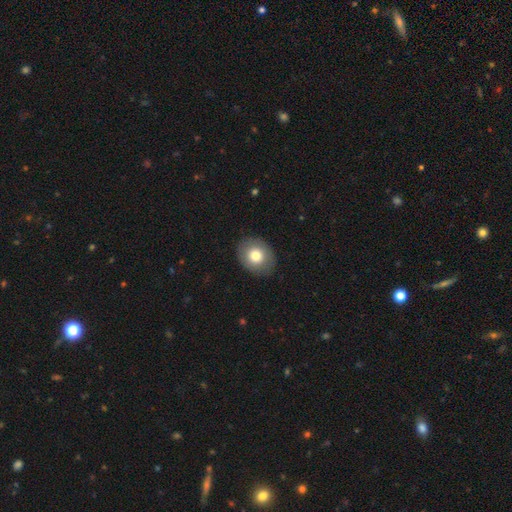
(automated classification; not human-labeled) Morphology: type=smooth (77%); roundness=round (51%); merging=none (87%).